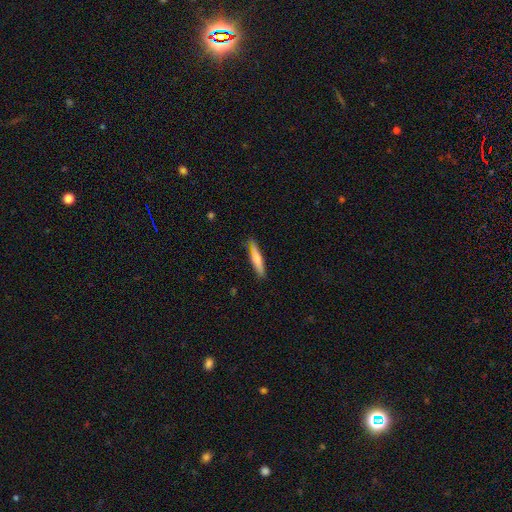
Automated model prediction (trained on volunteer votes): smooth 47%, featured or disk 46%, star or artifact 7%. Down the decision tree: merging — none (86%).